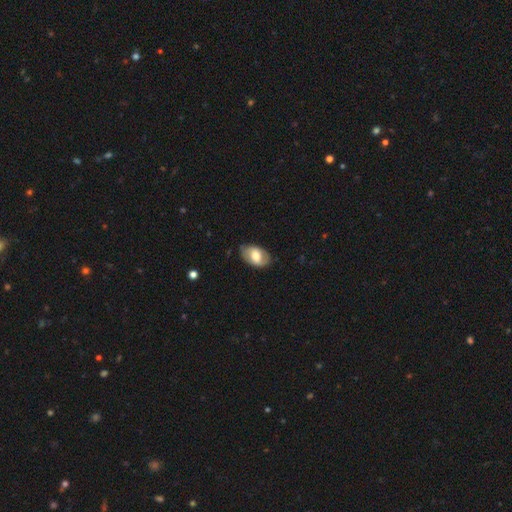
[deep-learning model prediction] smooth_or_featured: smooth (p=0.54) [alt: featured or disk p=0.39]
how_rounded: in between (p=0.90) [alt: round p=0.09]
merging: none (p=0.72) [alt: minor disturbance p=0.22]